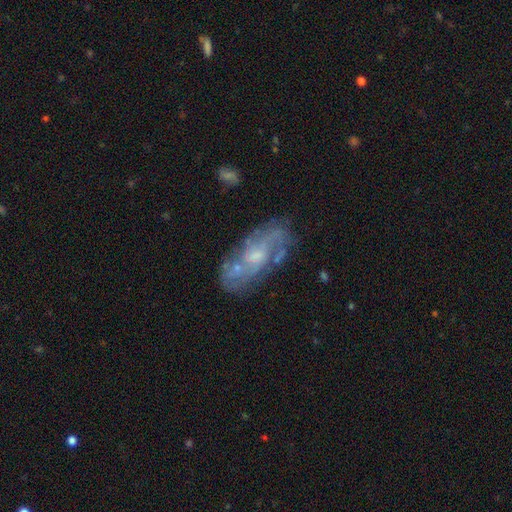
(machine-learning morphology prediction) Smooth or featured?
  - featured or disk: 71% *
  - smooth: 21%
  - star or artifact: 8%
Edge-on disk?
  - no: 91% *
  - yes: 9%
Bar?
  - no: 63% *
  - weak: 31%
  - strong: 5%
Spiral arms?
  - yes: 75% *
  - no: 25%
Bulge size?
  - small: 45% *
  - moderate: 39%
  - none: 12%
  - large: 3%
  - dominant: 1%
Merging?
  - none: 66% *
  - minor disturbance: 18%
  - major disturbance: 9%
  - merger: 7%